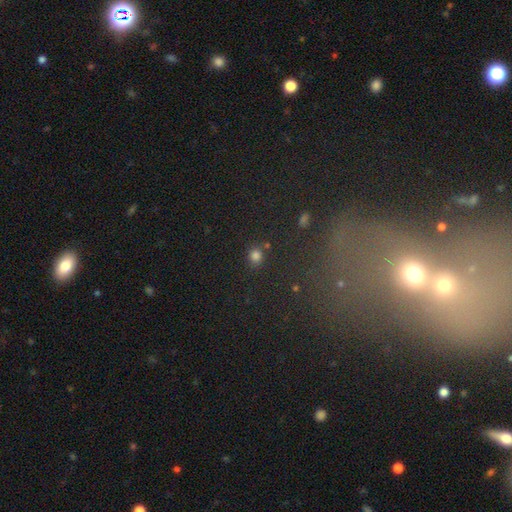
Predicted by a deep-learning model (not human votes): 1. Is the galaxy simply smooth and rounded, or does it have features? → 78% smooth, 16% star or artifact, 5% featured or disk.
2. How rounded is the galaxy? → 80% round, 19% in between, 1% cigar-shaped.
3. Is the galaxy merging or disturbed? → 79% none, 10% minor disturbance, 7% merger, 3% major disturbance.